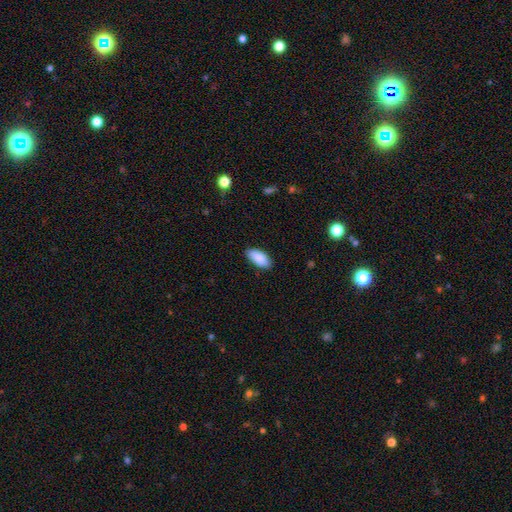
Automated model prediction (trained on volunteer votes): This appears to be a smooth galaxy with no disk features (90%) that is in between round and cigar-shaped (91%). Merging: none (86%).